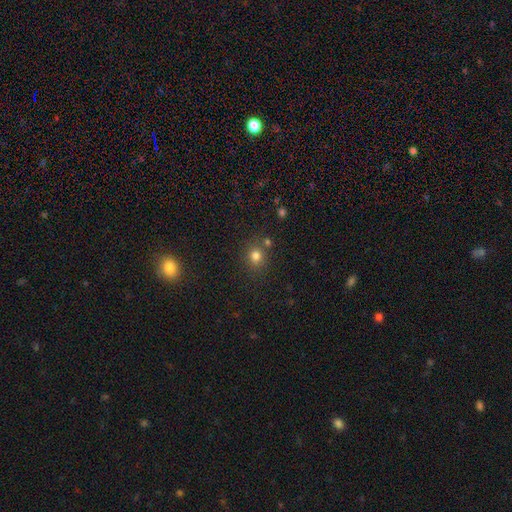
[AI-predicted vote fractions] smooth_or_featured: smooth (p=0.78) [alt: star or artifact p=0.15]
how_rounded: round (p=0.84) [alt: in between p=0.15]
merging: none (p=0.75) [alt: merger p=0.12]